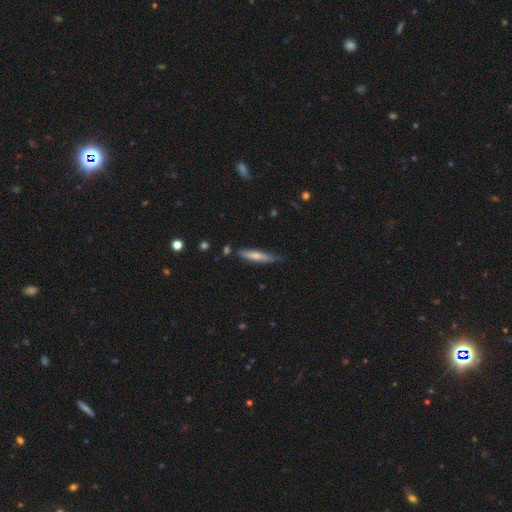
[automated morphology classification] Smooth or featured: smooth — 60% (featured or disk — 34%)
How rounded: cigar-shaped — 87% (in between — 12%)
Merging: none — 70% (minor disturbance — 23%)